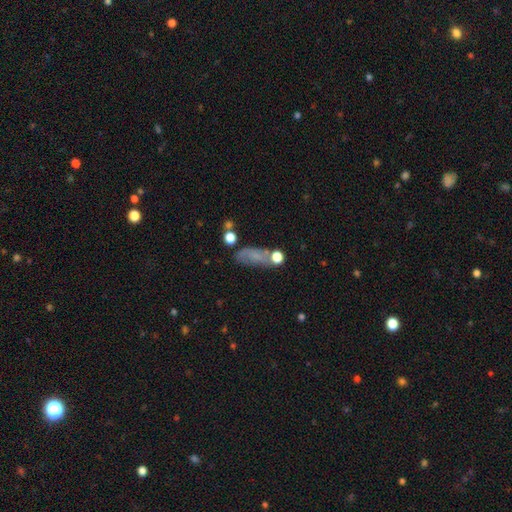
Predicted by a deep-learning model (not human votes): Q: Smooth or featured?
A: smooth (57%); runner-up: featured or disk (26%)
Q: How rounded?
A: in between (61%); runner-up: cigar-shaped (29%)
Q: Merging?
A: none (47%); runner-up: minor disturbance (24%)